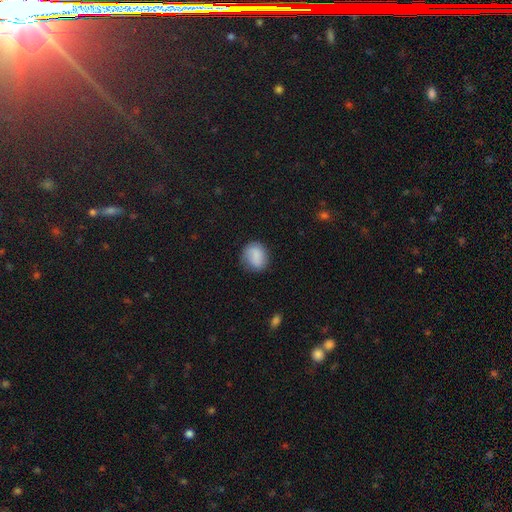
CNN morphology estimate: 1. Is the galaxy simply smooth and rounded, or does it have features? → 83% smooth, 9% featured or disk, 8% star or artifact.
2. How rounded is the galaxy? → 67% round, 32% in between, 1% cigar-shaped.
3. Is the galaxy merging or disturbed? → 76% none, 18% minor disturbance, 5% major disturbance, 2% merger.